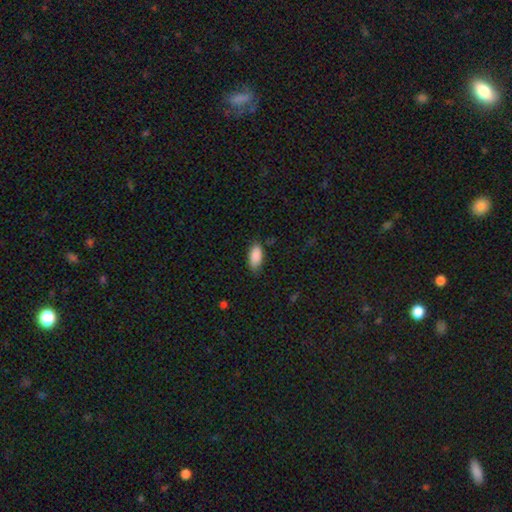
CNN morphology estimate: smooth 88%, star or artifact 7%, featured or disk 5%. Down the decision tree: how rounded — in between (90%); merging — none (71%).